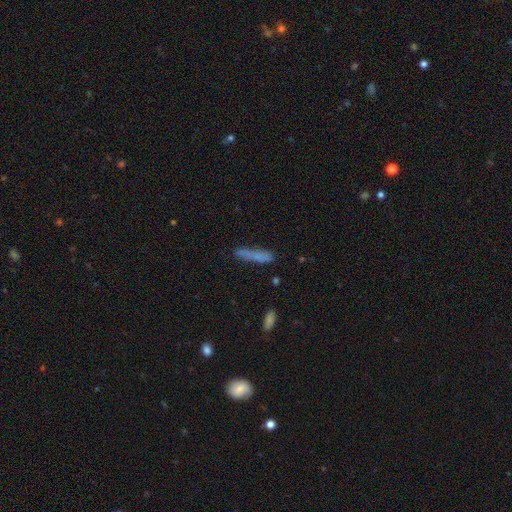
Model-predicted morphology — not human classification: This appears to be a smooth galaxy with no disk features (68%) that is cigar-shaped (88%). Merging: none (69%).